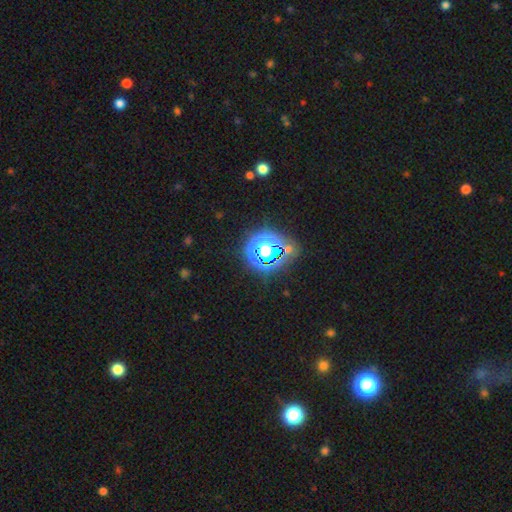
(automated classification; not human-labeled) A star or artifact, not a galaxy (67%).

Vote fractions:
- Smooth or featured? star or artifact: 67% / smooth: 23% / featured or disk: 10%